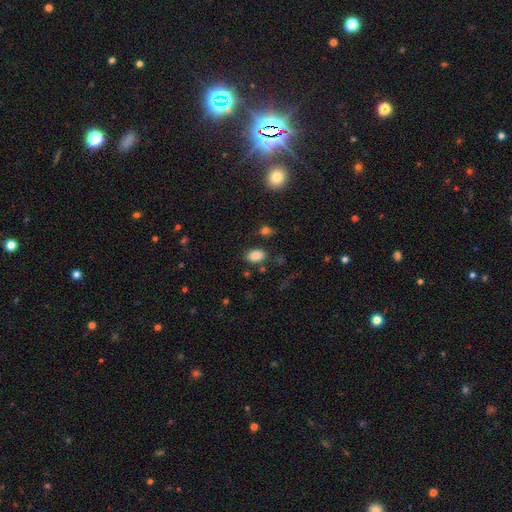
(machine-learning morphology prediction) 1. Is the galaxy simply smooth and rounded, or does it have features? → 83% smooth, 10% star or artifact, 7% featured or disk.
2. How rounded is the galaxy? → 84% in between, 15% round, 1% cigar-shaped.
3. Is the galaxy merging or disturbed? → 80% none, 11% minor disturbance, 5% merger, 4% major disturbance.